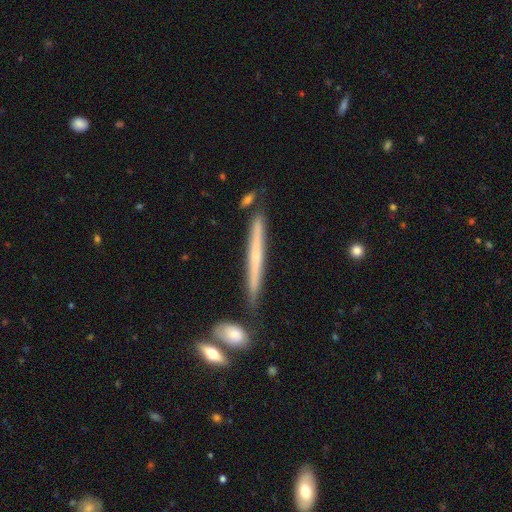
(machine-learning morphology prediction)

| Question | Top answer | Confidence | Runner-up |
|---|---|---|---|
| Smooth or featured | featured or disk | 55% | smooth (38%) |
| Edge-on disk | yes | 96% | no (4%) |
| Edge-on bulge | none | 75% | rounded (20%) |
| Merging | none | 81% | minor disturbance (12%) |